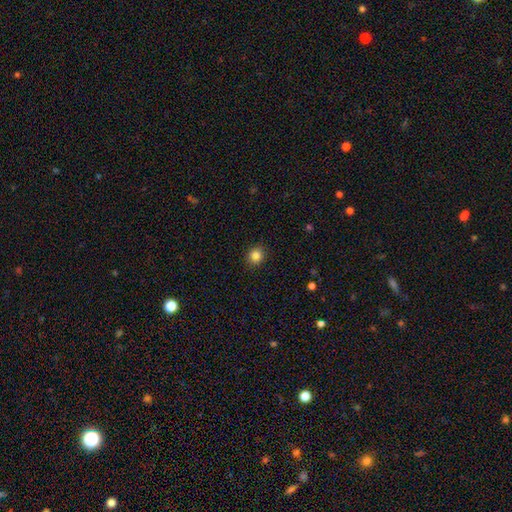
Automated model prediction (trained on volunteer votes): smooth 84%, star or artifact 11%, featured or disk 4%. Down the decision tree: how rounded — round (85%); merging — none (91%).